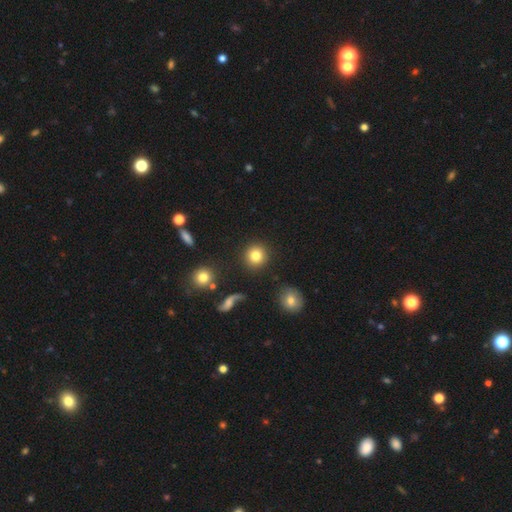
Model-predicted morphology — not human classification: Smooth or featured? Predicted: smooth (p=0.82). How rounded? Predicted: round (p=0.94). Merging? Predicted: none (p=0.90).